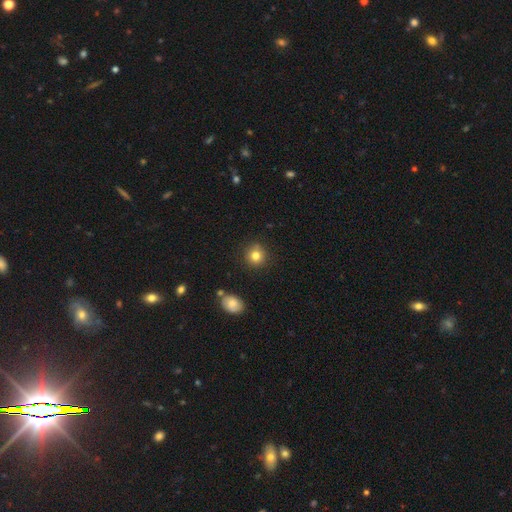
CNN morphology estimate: smooth 81%, star or artifact 12%, featured or disk 7%. Down the decision tree: how rounded — round (91%); merging — none (87%).